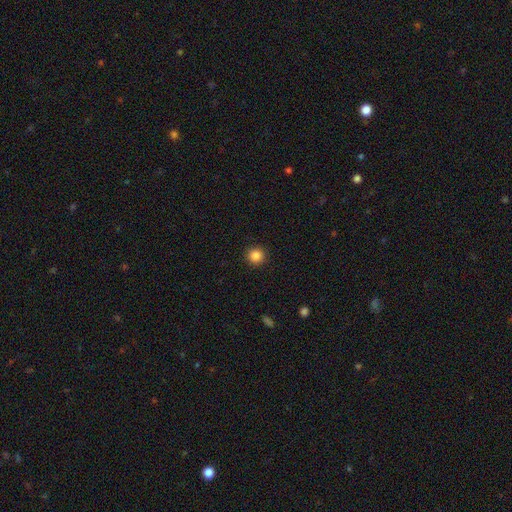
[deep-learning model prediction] A smooth galaxy with no disk features (86%) that is round (95%).

Vote fractions:
- Smooth or featured? smooth: 86% / star or artifact: 11% / featured or disk: 4%
- How rounded? round: 95% / in between: 4% / cigar-shaped: 1%
- Merging? none: 93% / minor disturbance: 5% / major disturbance: 2% / merger: 1%